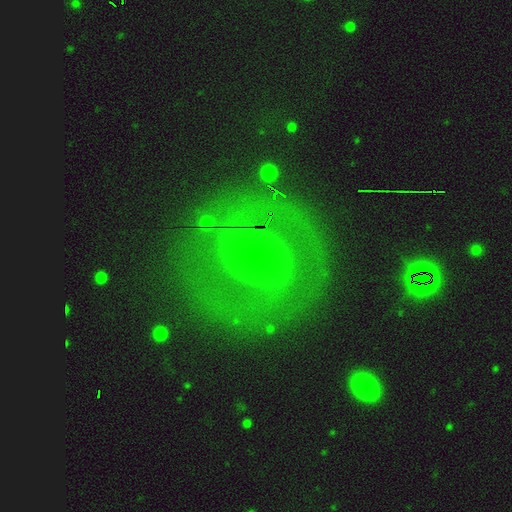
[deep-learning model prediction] Smooth or featured? Predicted: featured or disk (p=0.53). Edge-on disk? Predicted: no (p=0.95). Bar? Predicted: no (p=0.66). Spiral arms? Predicted: no (p=0.66). Bulge size? Predicted: small (p=0.58). Merging? Predicted: none (p=0.71).